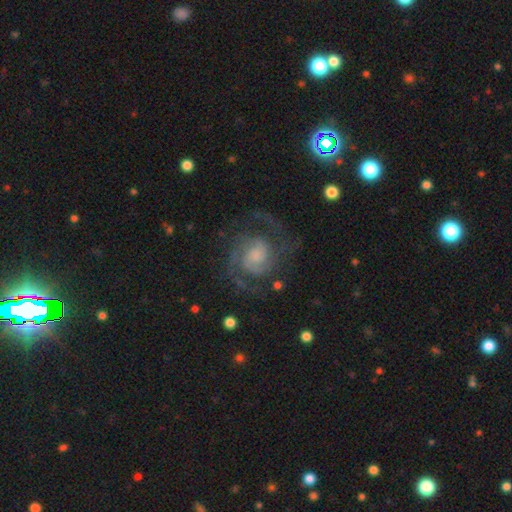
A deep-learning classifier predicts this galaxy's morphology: smooth_or_featured: featured or disk (p=0.87) [alt: smooth p=0.07]
disk_edge_on: no (p=0.98) [alt: yes p=0.02]
bar: no (p=0.61) [alt: weak p=0.33]
has_spiral_arms: yes (p=0.97) [alt: no p=0.03]
spiral_winding: medium (p=0.46) [alt: tight p=0.42]
spiral_arm_count: 2 (p=0.59) [alt: 3 p=0.17]
bulge_size: small (p=0.33) [alt: moderate p=0.30]
merging: none (p=0.69) [alt: minor disturbance p=0.15]